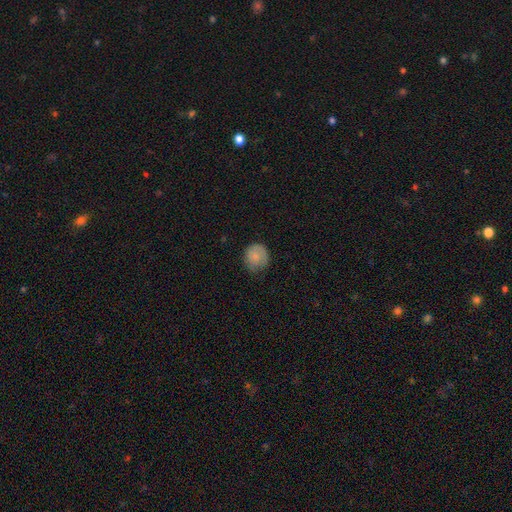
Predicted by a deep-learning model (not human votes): Overall: smooth (79%). How rounded: round (83%). Merging: none (65%; minor disturbance 28%).